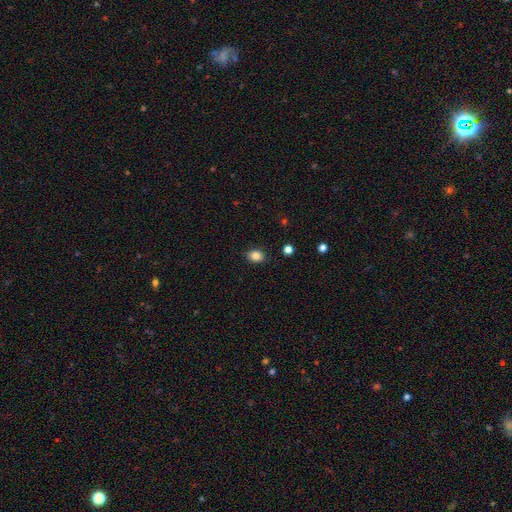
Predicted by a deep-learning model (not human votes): A smooth galaxy with no disk features (85%) that is in between round and cigar-shaped (65%).

Vote fractions:
- Smooth or featured? smooth: 85% / star or artifact: 10% / featured or disk: 5%
- How rounded? in between: 65% / round: 34% / cigar-shaped: 1%
- Merging? none: 87% / minor disturbance: 9% / major disturbance: 2% / merger: 1%